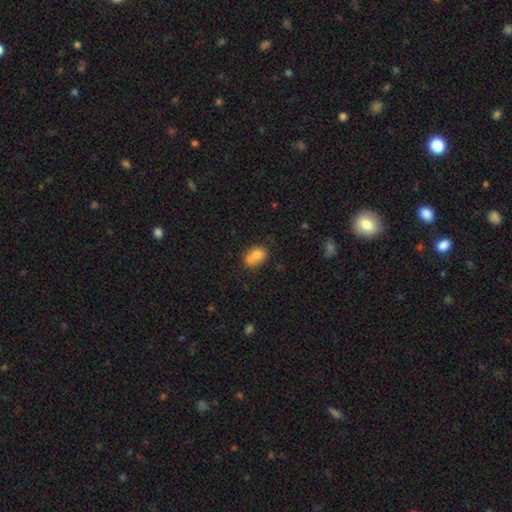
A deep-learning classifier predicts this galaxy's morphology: Smooth or featured?
  - smooth: 73% *
  - featured or disk: 17%
  - star or artifact: 10%
How rounded?
  - round: 56% *
  - in between: 43%
  - cigar-shaped: 1%
Merging?
  - merger: 57% *
  - none: 30%
  - minor disturbance: 9%
  - major disturbance: 4%